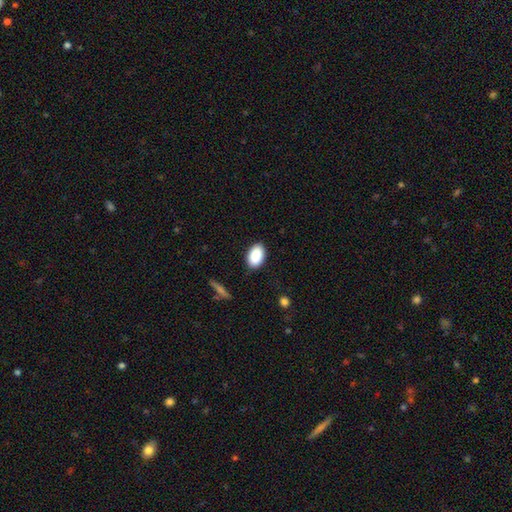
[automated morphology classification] smooth_or_featured: smooth (p=0.89) [alt: star or artifact p=0.07]
how_rounded: in between (p=0.92) [alt: round p=0.07]
merging: none (p=0.88) [alt: minor disturbance p=0.09]